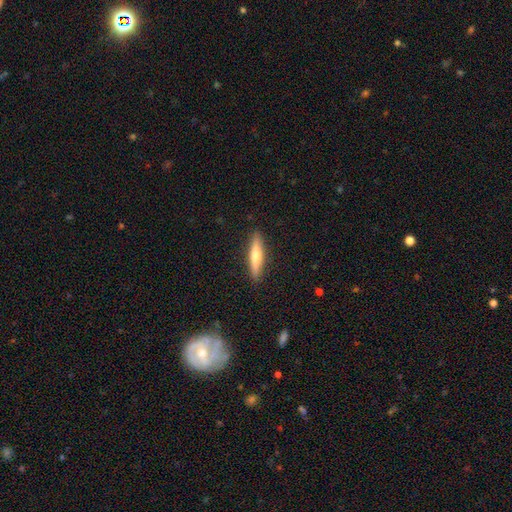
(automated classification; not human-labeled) smooth_or_featured: smooth (p=0.52) [alt: featured or disk p=0.42]
how_rounded: cigar-shaped (p=0.86) [alt: in between p=0.12]
merging: none (p=0.90) [alt: minor disturbance p=0.07]